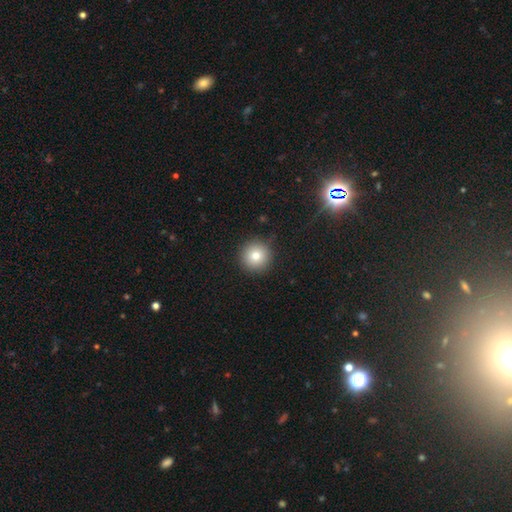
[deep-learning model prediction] Smooth or featured: smooth — 80% (star or artifact — 11%)
How rounded: round — 96% (in between — 3%)
Merging: none — 90% (minor disturbance — 7%)